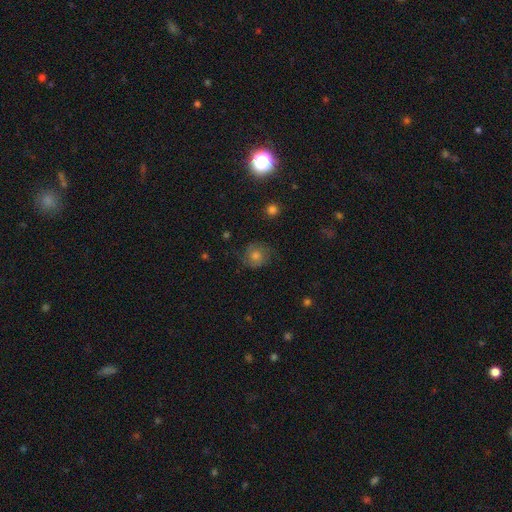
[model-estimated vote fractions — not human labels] Morphology: type=smooth (43%); merging=none (76%).